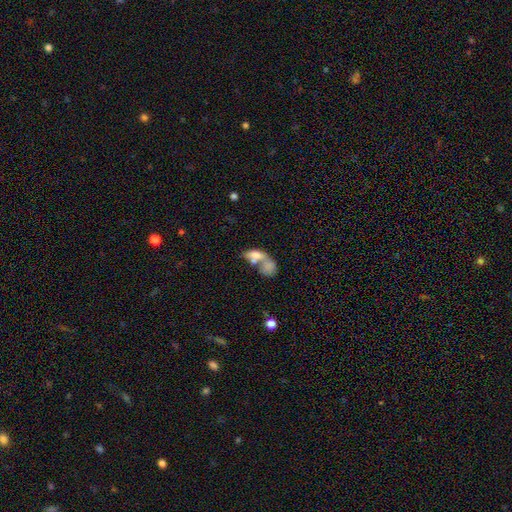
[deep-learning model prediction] Q: Smooth or featured?
A: smooth (67%); runner-up: featured or disk (24%)
Q: How rounded?
A: in between (80%); runner-up: round (12%)
Q: Merging?
A: merger (68%); runner-up: none (15%)